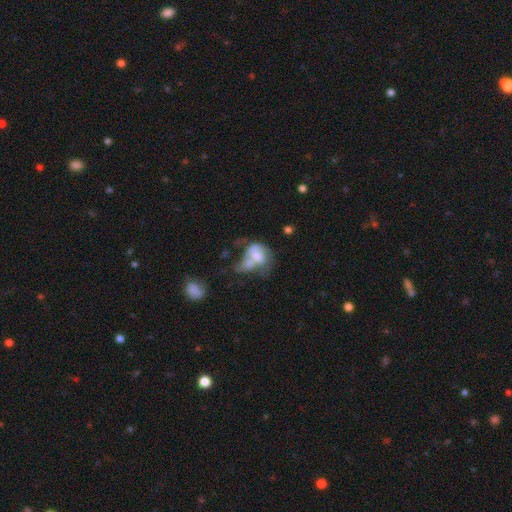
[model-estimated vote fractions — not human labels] A smooth galaxy with no disk features (52%) that is in between round and cigar-shaped (71%). Merging: merger (55%).